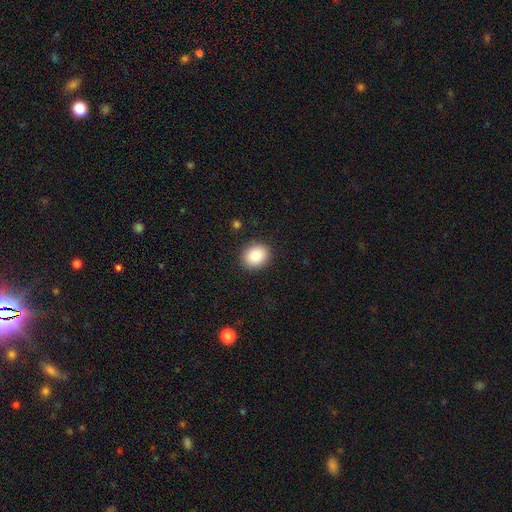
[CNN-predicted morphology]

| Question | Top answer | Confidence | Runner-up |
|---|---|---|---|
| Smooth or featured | smooth | 86% | star or artifact (8%) |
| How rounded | round | 63% | in between (37%) |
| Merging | none | 90% | minor disturbance (7%) |